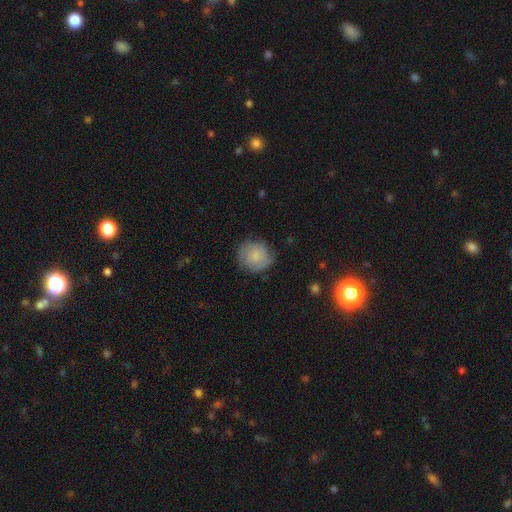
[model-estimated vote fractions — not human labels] Overall: smooth (63%; featured or disk 29%). How rounded: round (85%). Merging: none (63%; minor disturbance 26%).